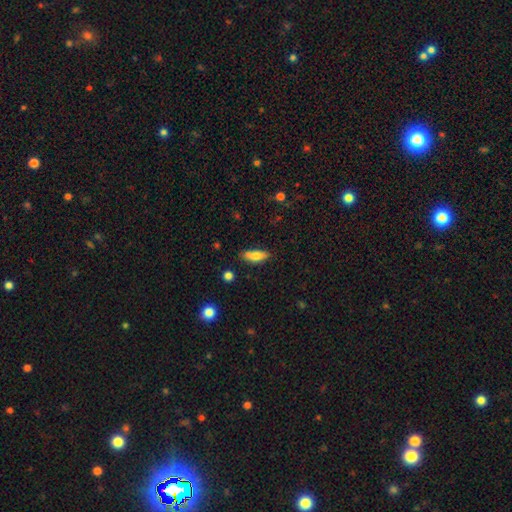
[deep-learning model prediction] Q: Smooth or featured?
A: smooth (74%); runner-up: featured or disk (19%)
Q: How rounded?
A: in between (72%); runner-up: cigar-shaped (25%)
Q: Merging?
A: none (74%); runner-up: minor disturbance (19%)